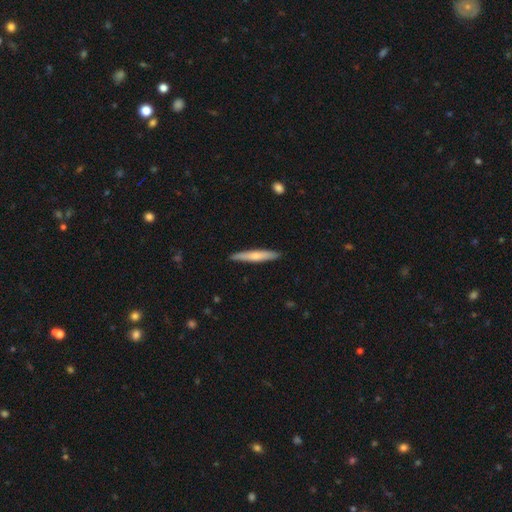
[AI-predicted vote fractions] smooth_or_featured: smooth (p=0.60) [alt: featured or disk p=0.35]
how_rounded: cigar-shaped (p=0.93) [alt: in between p=0.05]
merging: none (p=0.90) [alt: minor disturbance p=0.08]